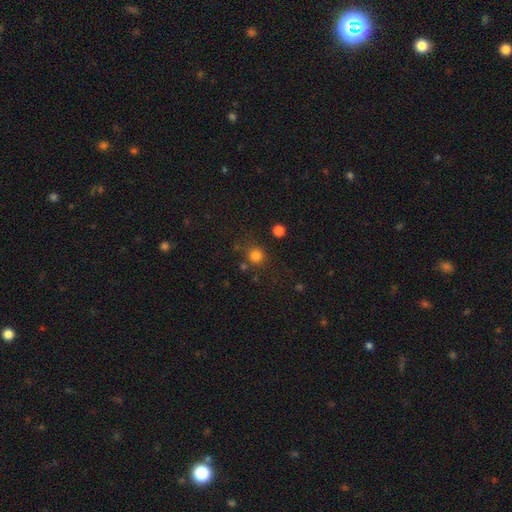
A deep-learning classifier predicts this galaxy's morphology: type=smooth (80%); roundness=round (91%); merging=none (80%).